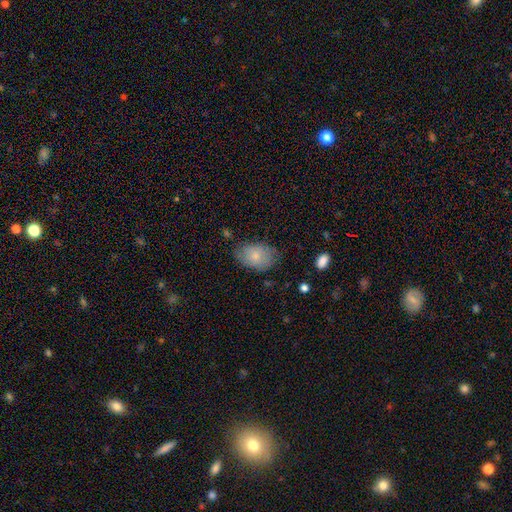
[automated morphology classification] Smooth or featured? smooth (75%)
How rounded? in between (82%)
Merging? none (65%)